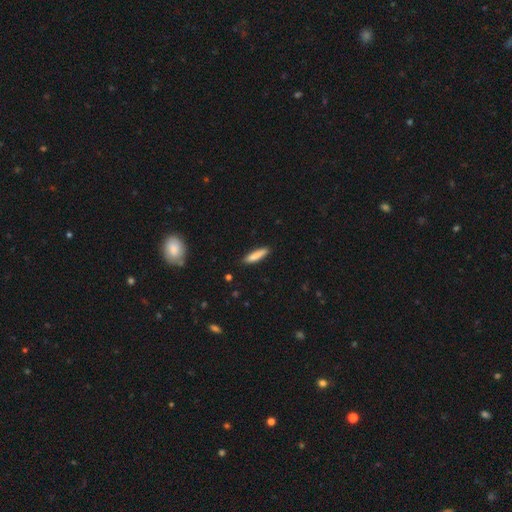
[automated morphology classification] Smooth or featured? smooth (84%)
How rounded? cigar-shaped (82%)
Merging? none (86%)